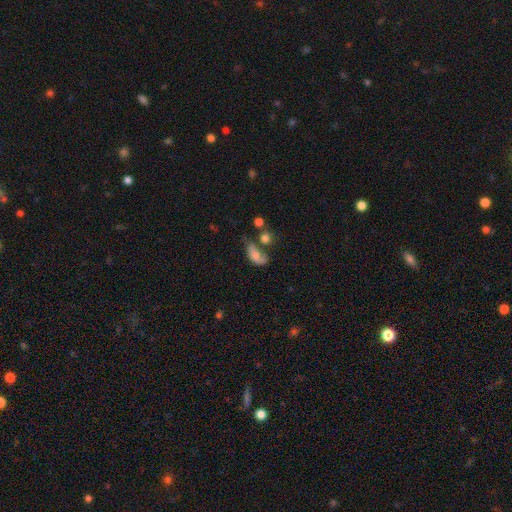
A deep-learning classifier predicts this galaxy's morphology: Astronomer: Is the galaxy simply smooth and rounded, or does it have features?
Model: smooth — 60%.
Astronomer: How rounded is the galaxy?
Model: in between — 84%.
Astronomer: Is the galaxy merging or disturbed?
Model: major disturbance — 28% (runner-up: merger, 27%).